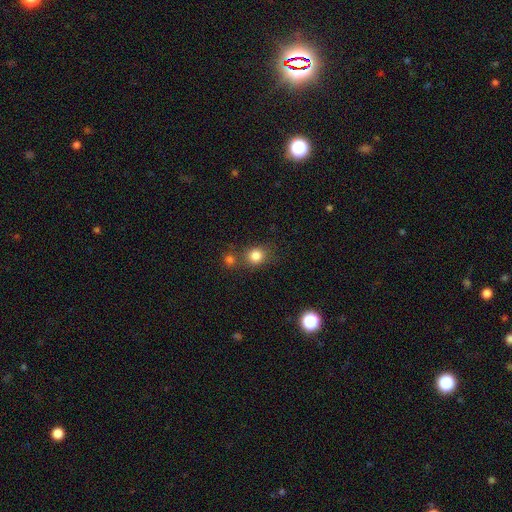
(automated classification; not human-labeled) This appears to be a smooth galaxy with no disk features (82%) that is round (78%). Merging: none (62%).